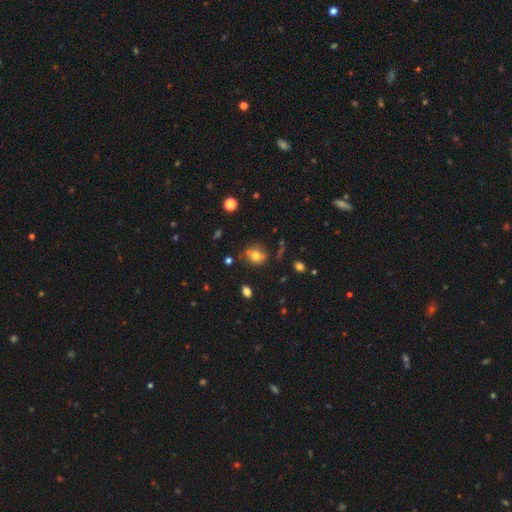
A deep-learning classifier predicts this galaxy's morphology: Smooth or featured?
  - smooth: 73% *
  - featured or disk: 14%
  - star or artifact: 13%
How rounded?
  - round: 62% *
  - in between: 37%
  - cigar-shaped: 1%
Merging?
  - none: 69% *
  - minor disturbance: 19%
  - major disturbance: 6%
  - merger: 6%